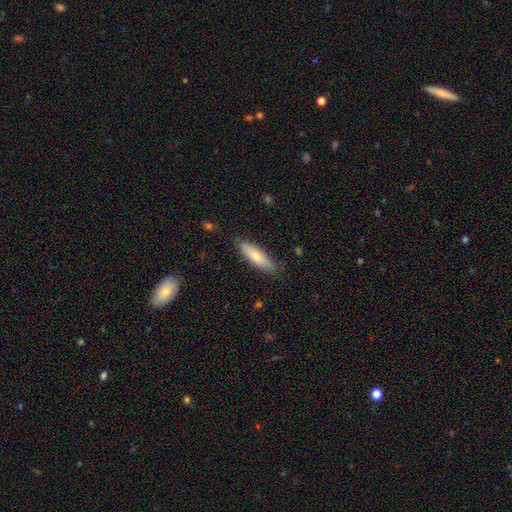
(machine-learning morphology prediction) smooth-or-featured: smooth: 67% | featured or disk: 27% | star or artifact: 6%
  how-rounded: cigar-shaped: 57% | in between: 41% | round: 2%
  merging: none: 85% | minor disturbance: 12% | major disturbance: 2% | merger: 1%